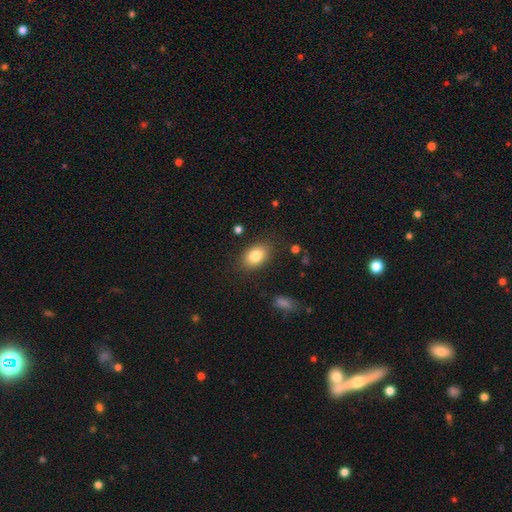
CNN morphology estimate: type=smooth (82%); roundness=in between (85%); merging=none (85%).